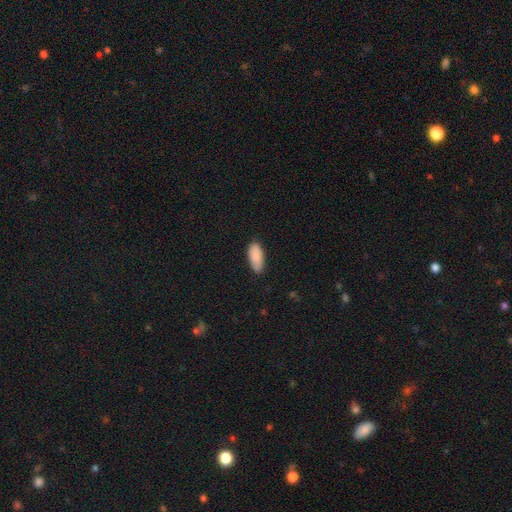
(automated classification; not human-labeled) smooth 88%, star or artifact 6%, featured or disk 6%. Down the decision tree: how rounded — in between (87%); merging — none (76%).